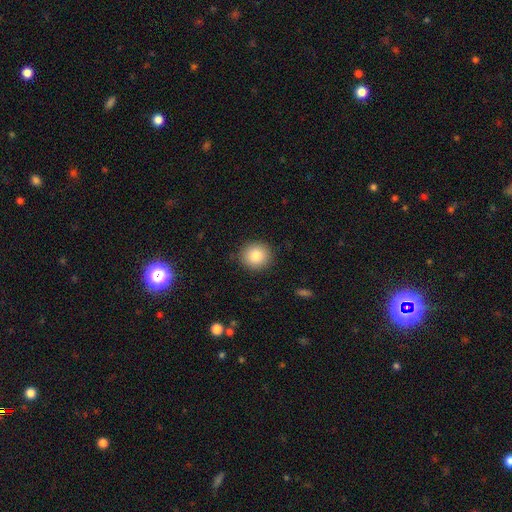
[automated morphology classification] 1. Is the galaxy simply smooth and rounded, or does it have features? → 83% smooth, 9% star or artifact, 8% featured or disk.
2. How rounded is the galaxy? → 87% round, 12% in between, 1% cigar-shaped.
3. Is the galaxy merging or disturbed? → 89% none, 8% minor disturbance, 2% major disturbance, 1% merger.